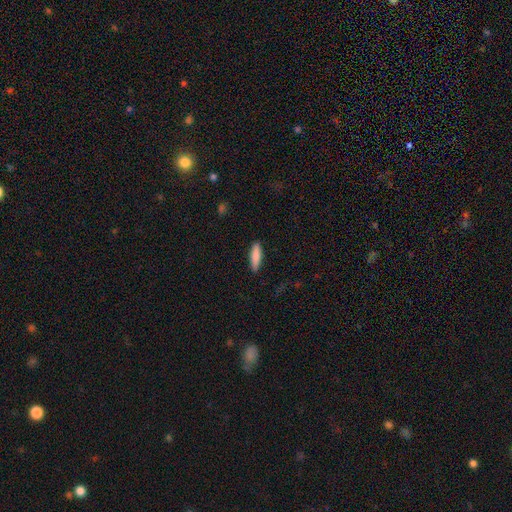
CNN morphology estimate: Smooth or featured?
  - smooth: 84% *
  - featured or disk: 10%
  - star or artifact: 6%
How rounded?
  - cigar-shaped: 70% *
  - in between: 28%
  - round: 2%
Merging?
  - none: 90% *
  - minor disturbance: 7%
  - major disturbance: 2%
  - merger: 1%